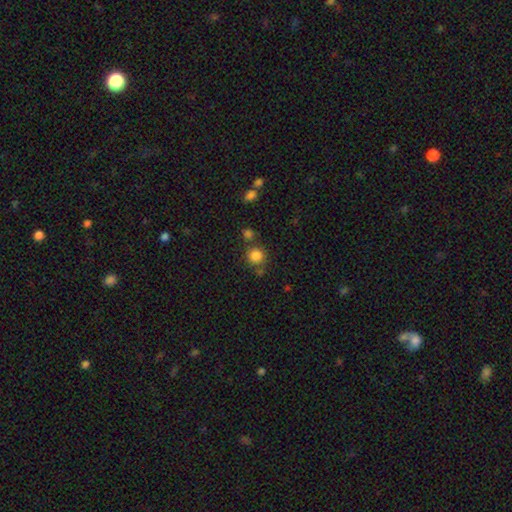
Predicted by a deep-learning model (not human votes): The model was most divided on "merging": none: 76%, merger: 12%, minor disturbance: 9%, major disturbance: 3%. More confident: how rounded — round (92%); smooth or featured — smooth (83%).